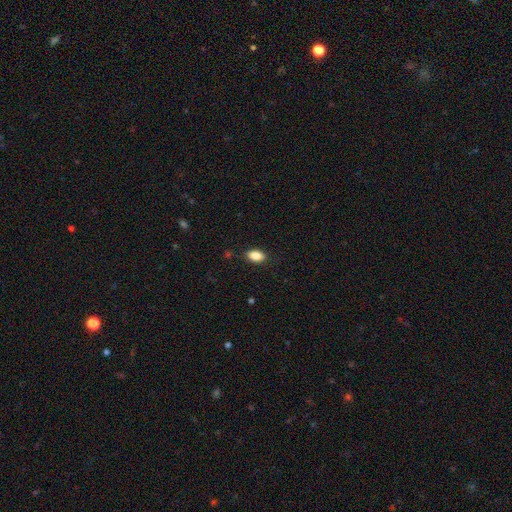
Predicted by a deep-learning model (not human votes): Q: Smooth or featured?
A: smooth (86%); runner-up: star or artifact (8%)
Q: How rounded?
A: in between (90%); runner-up: round (7%)
Q: Merging?
A: none (86%); runner-up: minor disturbance (11%)